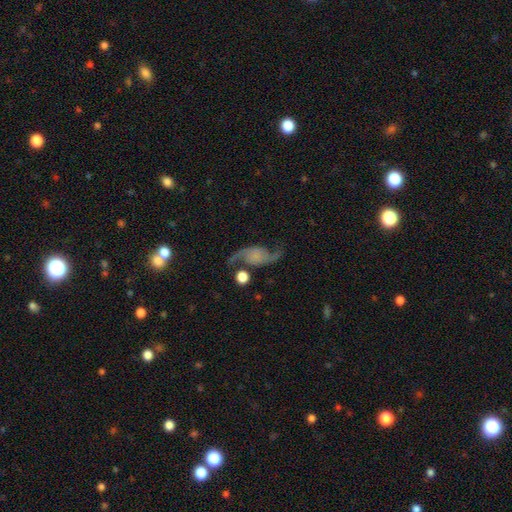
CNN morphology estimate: Smooth or featured? featured or disk (85%)
Edge-on disk? no (96%)
Bar? no (68%)
Spiral arms? yes (97%)
Spiral winding? loose (81%)
Spiral arm count? 2 (94%)
Bulge size? none (59%)
Merging? none (72%)